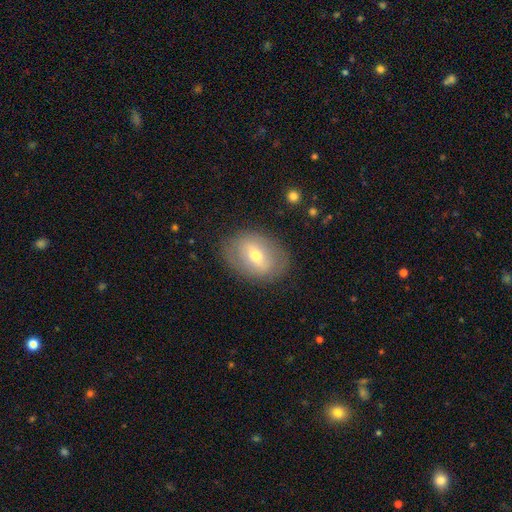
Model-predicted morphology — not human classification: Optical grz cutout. It shows a smooth galaxy with no disk features (47%). Merging: none (81%).